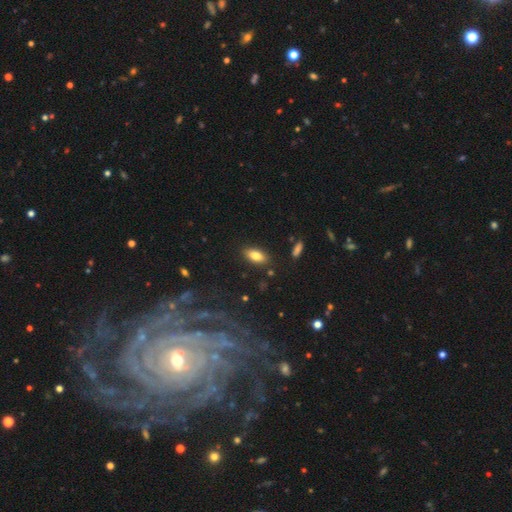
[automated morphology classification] This is clearly a smooth galaxy (82%). How rounded: clearly in between (89%). Merging: clearly none (86%).